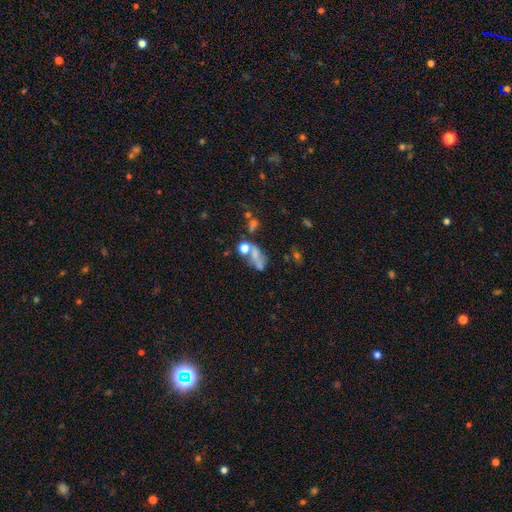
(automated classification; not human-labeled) Morphology: type=smooth (53%); roundness=in between (68%); merging=merger (38%).